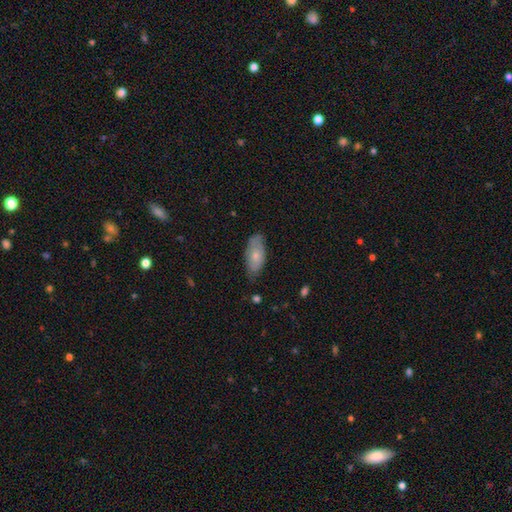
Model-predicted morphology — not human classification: smooth 69%, featured or disk 25%, star or artifact 6%. Down the decision tree: how rounded — in between (88%); merging — none (70%).